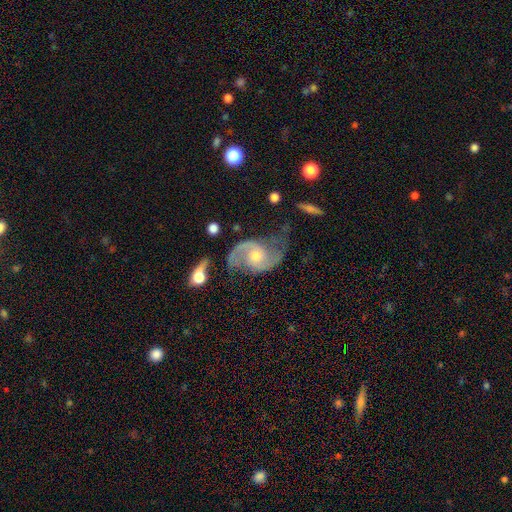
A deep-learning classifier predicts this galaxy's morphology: type=featured or disk (89%); edge-on=no (97%); bar=no (59%); spiral arms=yes (97%); winding=medium (47%); arm count=2 (92%); bulge=moderate (57%); merging=none (59%).